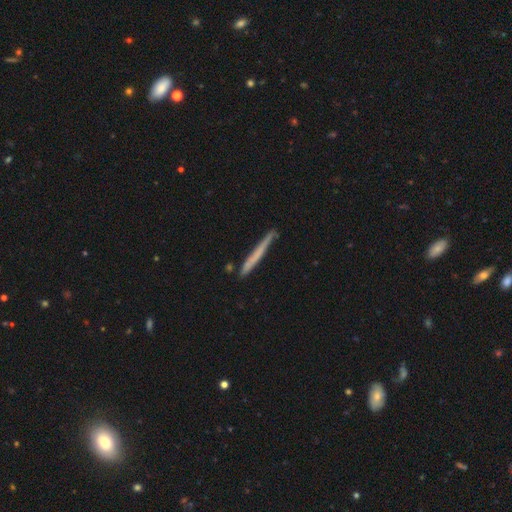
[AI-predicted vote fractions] Smooth or featured?
  - smooth: 56% *
  - featured or disk: 38%
  - star or artifact: 6%
How rounded?
  - cigar-shaped: 97% *
  - in between: 2%
  - round: 1%
Merging?
  - none: 85% *
  - minor disturbance: 11%
  - merger: 2%
  - major disturbance: 2%